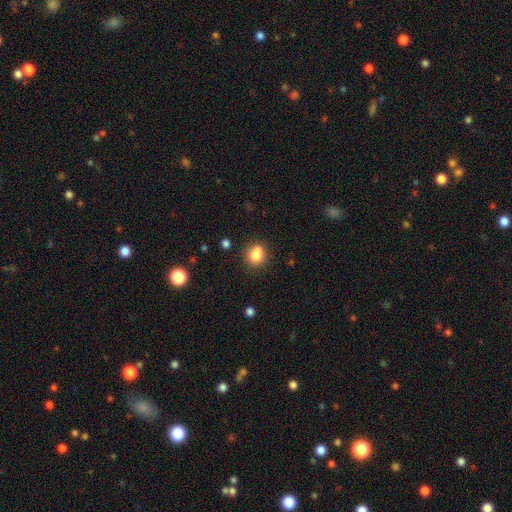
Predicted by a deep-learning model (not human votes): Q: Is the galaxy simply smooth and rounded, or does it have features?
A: smooth — 79%.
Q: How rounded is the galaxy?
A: round — 72%.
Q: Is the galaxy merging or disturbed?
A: none — 55%.